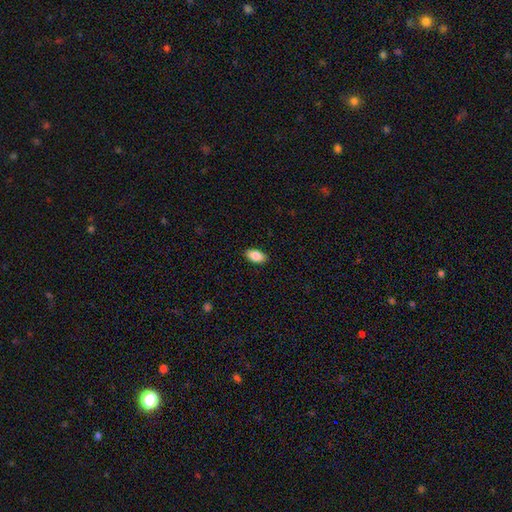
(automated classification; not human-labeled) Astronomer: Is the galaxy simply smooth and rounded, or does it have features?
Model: smooth — 87%.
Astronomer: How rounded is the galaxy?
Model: in between — 93%.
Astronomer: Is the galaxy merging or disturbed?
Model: none — 89%.